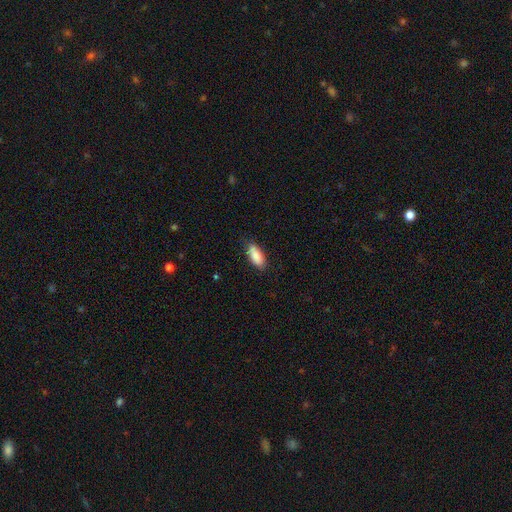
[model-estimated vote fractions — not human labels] A smooth galaxy with no disk features (88%) that is in between round and cigar-shaped (85%). Merging: none (81%).